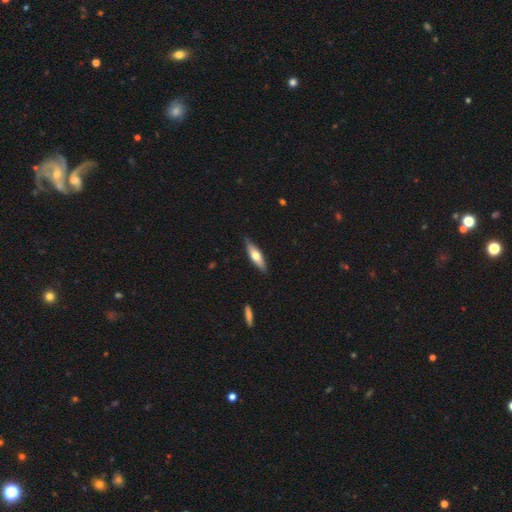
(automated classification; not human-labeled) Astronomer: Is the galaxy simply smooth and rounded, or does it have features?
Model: smooth — 54% (runner-up: featured or disk, 41%).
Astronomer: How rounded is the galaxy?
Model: cigar-shaped — 62%.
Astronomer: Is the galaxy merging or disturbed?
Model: none — 87%.